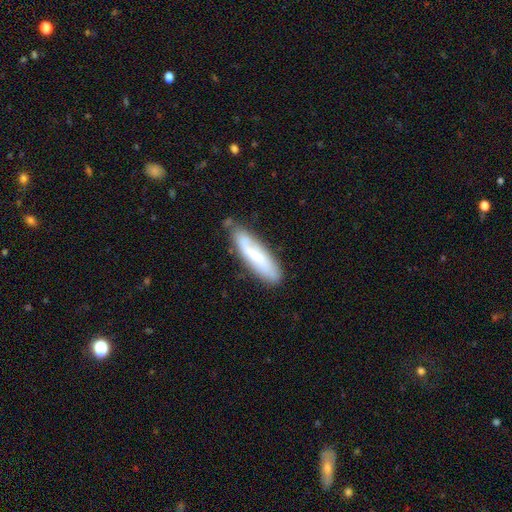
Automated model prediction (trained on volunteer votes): A smooth galaxy with no disk features (51%) that is cigar-shaped (65%). Merging: none (71%).